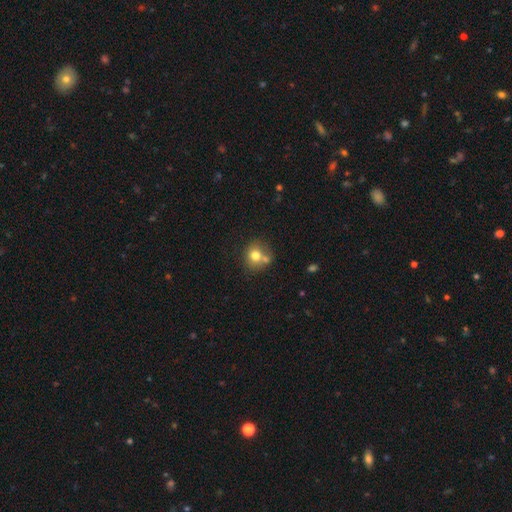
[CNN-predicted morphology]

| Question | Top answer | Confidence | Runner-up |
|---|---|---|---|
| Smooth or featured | smooth | 74% | featured or disk (15%) |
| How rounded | round | 79% | in between (20%) |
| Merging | none | 51% | merger (33%) |